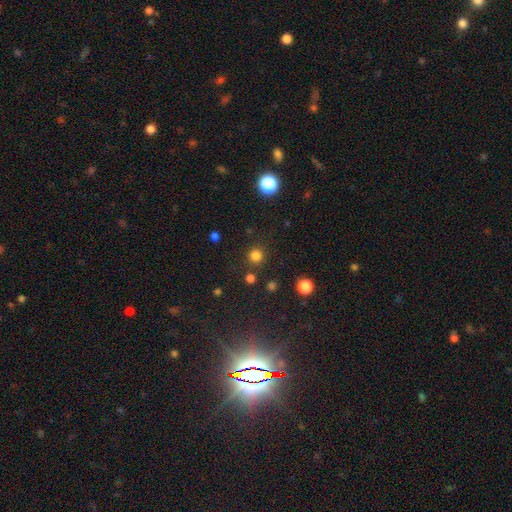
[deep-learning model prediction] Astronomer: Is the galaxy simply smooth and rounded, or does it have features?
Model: smooth — 79%.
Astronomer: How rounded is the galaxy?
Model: round — 95%.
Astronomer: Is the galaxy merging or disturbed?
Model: none — 88%.